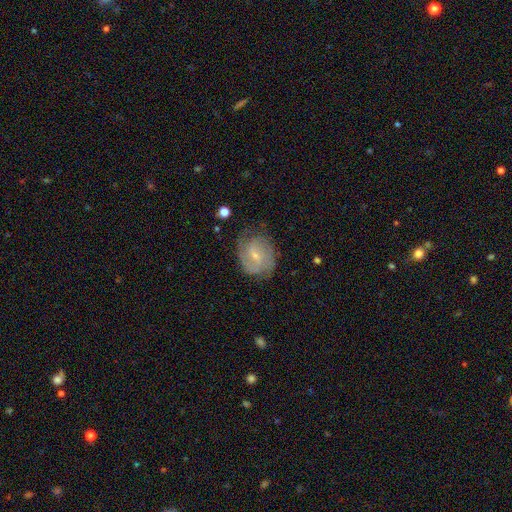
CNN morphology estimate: A featured or disk galaxy (71%) with a weak bar (55%), 2 (54%) tight (46%) spiral arms (89%) and a small central bulge (68%). Merging: none (68%).